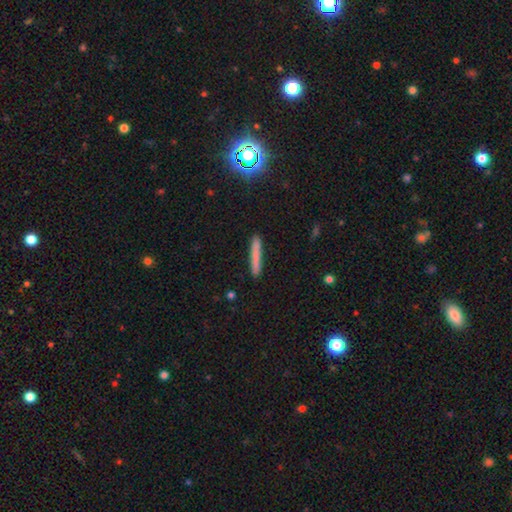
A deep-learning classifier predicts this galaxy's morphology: Smooth or featured: smooth — 75% (featured or disk — 17%)
How rounded: cigar-shaped — 95% (in between — 3%)
Merging: none — 89% (minor disturbance — 8%)